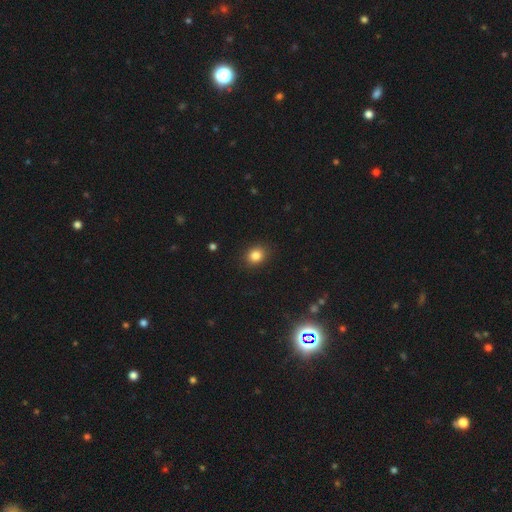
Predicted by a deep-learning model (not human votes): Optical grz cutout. It shows a smooth galaxy with no disk features (84%) that is round (58%). Merging: none (88%).